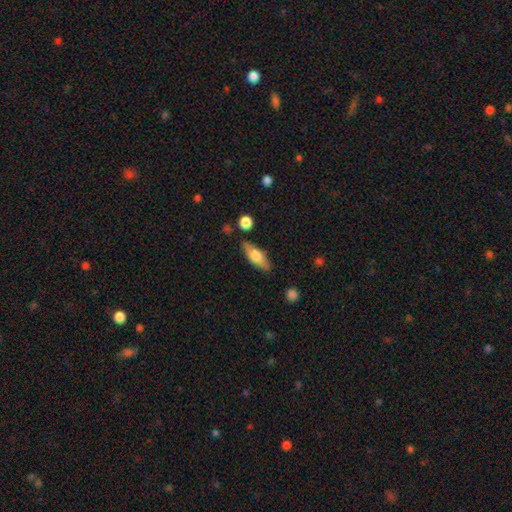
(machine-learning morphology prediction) Smooth or featured? Predicted: smooth (p=0.66). How rounded? Predicted: in between (p=0.65). Merging? Predicted: none (p=0.82).